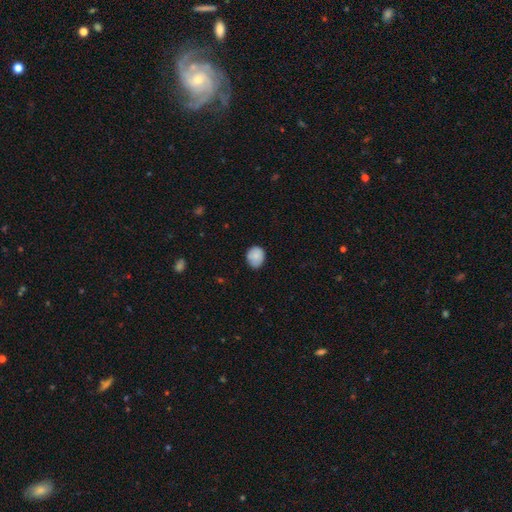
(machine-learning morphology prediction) Q: Smooth or featured?
A: smooth (82%); runner-up: featured or disk (10%)
Q: How rounded?
A: round (54%); runner-up: in between (45%)
Q: Merging?
A: none (70%); runner-up: minor disturbance (25%)